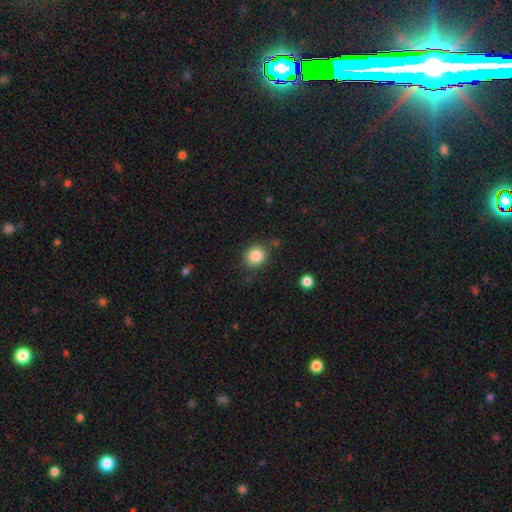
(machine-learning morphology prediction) This appears to be a smooth galaxy with no disk features (85%) that is round (75%). Merging: none (83%).